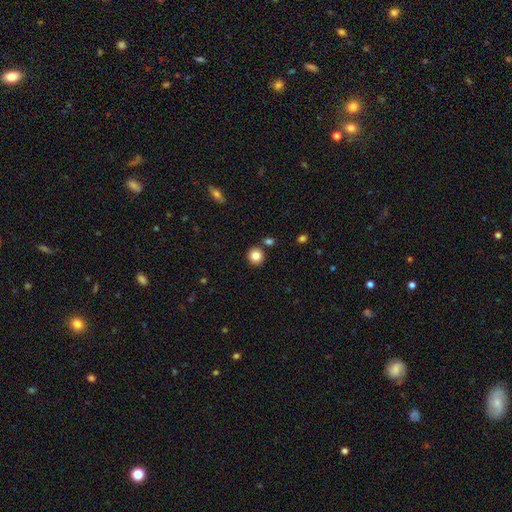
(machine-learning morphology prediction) Q: Smooth or featured?
A: smooth (84%); runner-up: star or artifact (10%)
Q: How rounded?
A: round (90%); runner-up: in between (9%)
Q: Merging?
A: none (86%); runner-up: minor disturbance (7%)